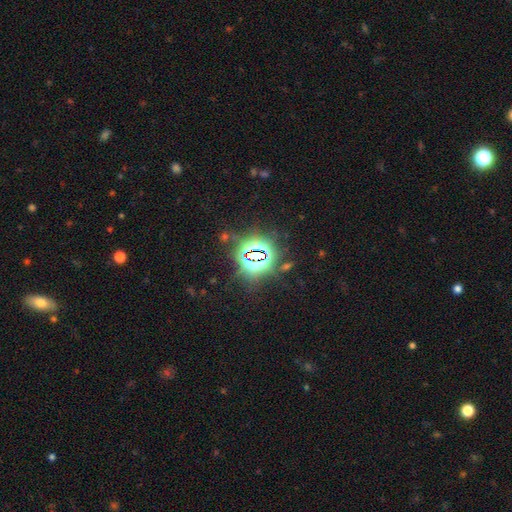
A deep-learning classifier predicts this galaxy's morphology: The model was most divided on "smooth or featured": star or artifact: 81%, smooth: 12%, featured or disk: 7%.